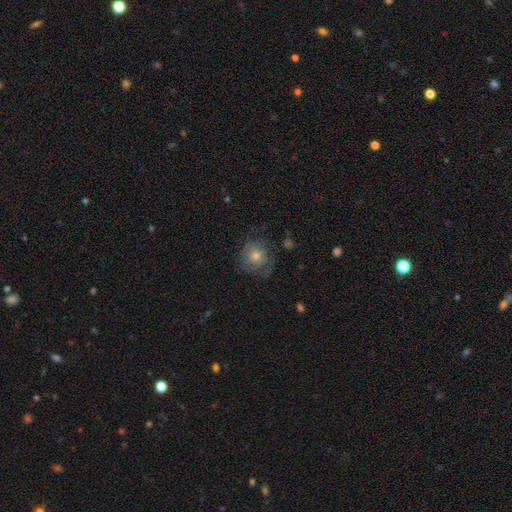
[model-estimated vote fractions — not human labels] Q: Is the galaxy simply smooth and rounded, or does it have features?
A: smooth — 46%.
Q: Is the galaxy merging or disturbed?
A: none — 70%.